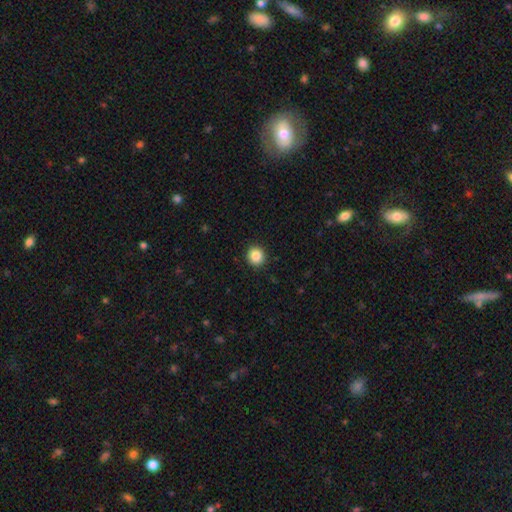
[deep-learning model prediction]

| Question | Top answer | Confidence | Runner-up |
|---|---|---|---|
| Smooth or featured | smooth | 87% | star or artifact (10%) |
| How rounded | round | 89% | in between (11%) |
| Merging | none | 92% | minor disturbance (5%) |